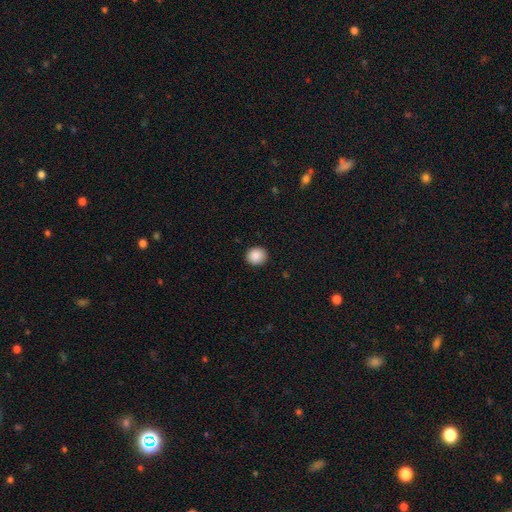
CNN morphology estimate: Smooth or featured: smooth — 89% (star or artifact — 8%)
How rounded: round — 83% (in between — 16%)
Merging: none — 91% (minor disturbance — 7%)